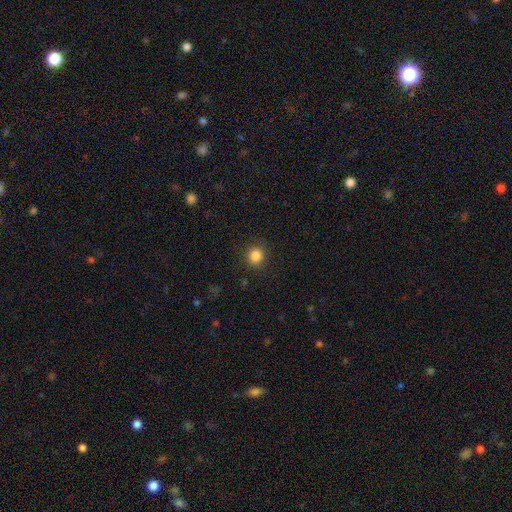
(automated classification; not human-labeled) smooth-or-featured: smooth: 85% | star or artifact: 11% | featured or disk: 4%
  how-rounded: round: 87% | in between: 12% | cigar-shaped: 1%
  merging: none: 89% | minor disturbance: 7% | major disturbance: 3% | merger: 1%